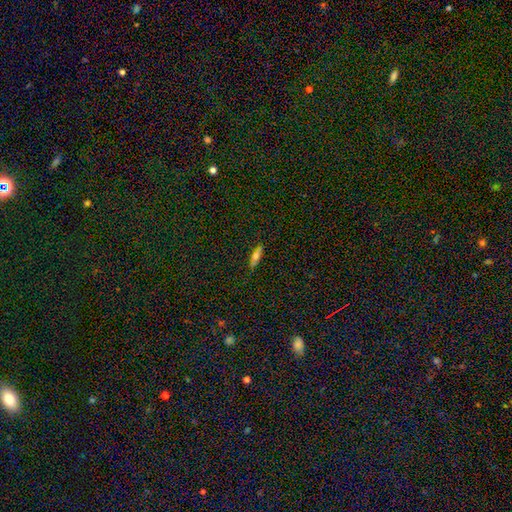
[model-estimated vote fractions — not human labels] A smooth galaxy with no disk features (56%) that is cigar-shaped (71%). Merging: none (86%).